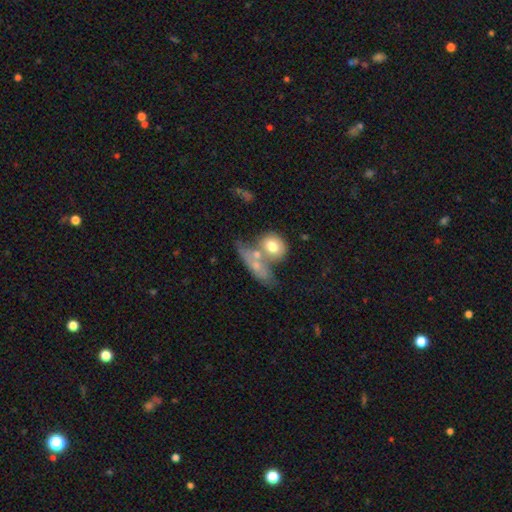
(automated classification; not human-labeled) This is possibly a smooth galaxy (56%). How rounded: marginally in between (44%). Merging: possibly merger (45%).